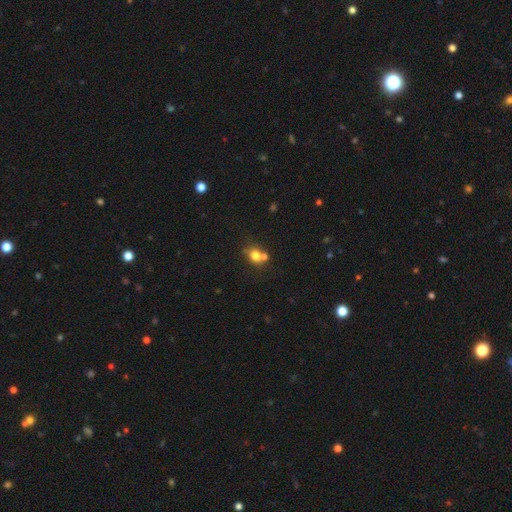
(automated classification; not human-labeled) smooth-or-featured: smooth: 75% | star or artifact: 13% | featured or disk: 11%
  how-rounded: round: 70% | in between: 29% | cigar-shaped: 1%
  merging: none: 48% | merger: 38% | minor disturbance: 10% | major disturbance: 4%